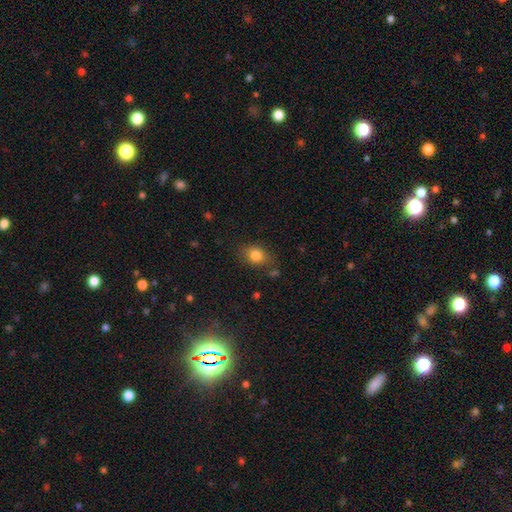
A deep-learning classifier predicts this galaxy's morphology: Q: Smooth or featured?
A: smooth (82%); runner-up: star or artifact (10%)
Q: How rounded?
A: in between (58%); runner-up: round (41%)
Q: Merging?
A: none (73%); runner-up: minor disturbance (18%)